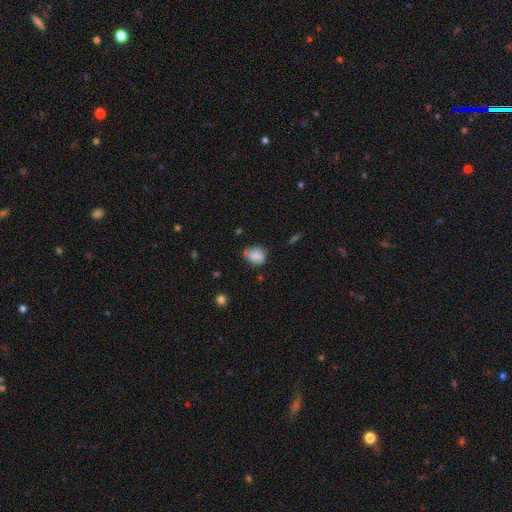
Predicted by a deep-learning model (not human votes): Morphology: type=smooth (81%); roundness=round (57%); merging=none (63%).